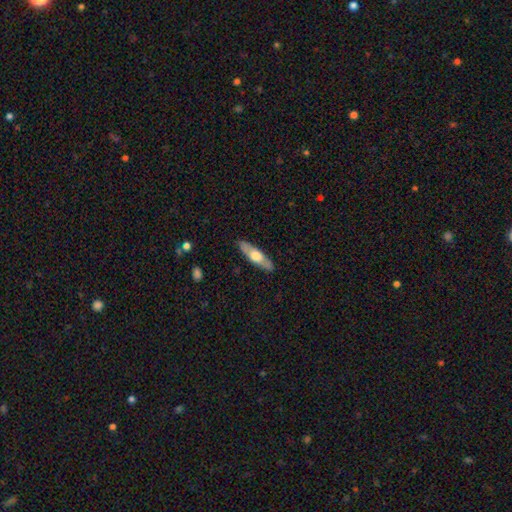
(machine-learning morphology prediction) smooth_or_featured: smooth (p=0.50) [alt: featured or disk p=0.45]
how_rounded: cigar-shaped (p=0.64) [alt: in between p=0.34]
merging: none (p=0.88) [alt: minor disturbance p=0.09]